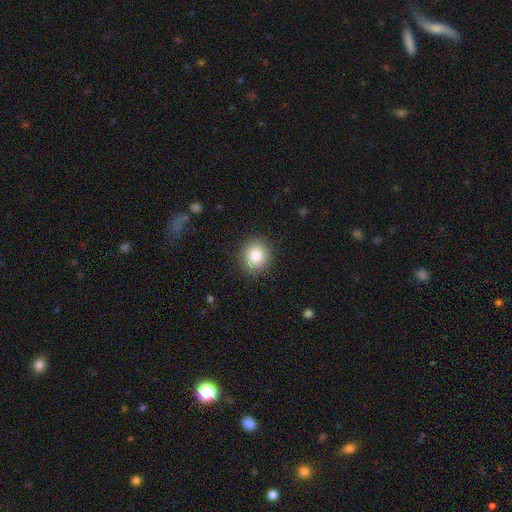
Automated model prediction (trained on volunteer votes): smooth-or-featured: smooth: 82% | star or artifact: 9% | featured or disk: 8%
  how-rounded: round: 81% | in between: 19% | cigar-shaped: 1%
  merging: none: 89% | minor disturbance: 8% | major disturbance: 2% | merger: 1%